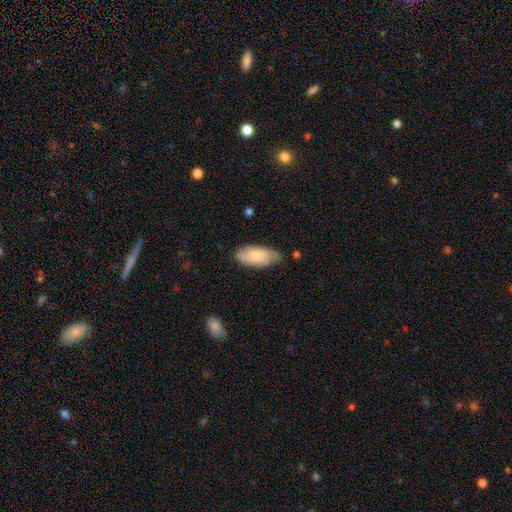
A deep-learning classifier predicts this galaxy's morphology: Smooth or featured?
  - smooth: 66% *
  - featured or disk: 28%
  - star or artifact: 6%
How rounded?
  - in between: 89% *
  - cigar-shaped: 8%
  - round: 2%
Merging?
  - none: 65% *
  - minor disturbance: 28%
  - major disturbance: 5%
  - merger: 2%